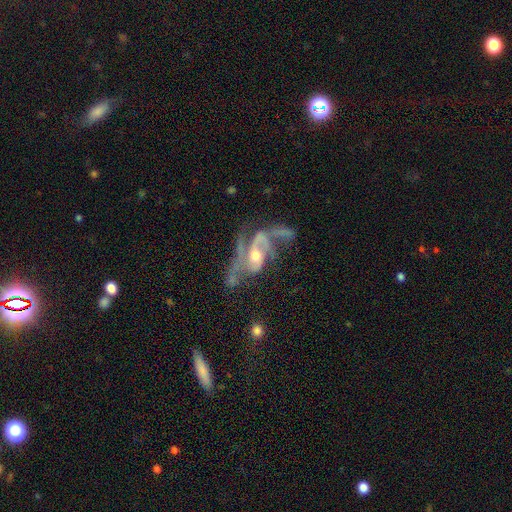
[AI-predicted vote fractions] smooth-or-featured: featured or disk: 84% | smooth: 8% | star or artifact: 8%
  disk-edge-on: no: 93% | yes: 7%
    bar: no: 51% | weak: 32% | strong: 17%
    has-spiral-arms: yes: 86% | no: 14%
      spiral-winding: loose: 42% | medium: 39% | tight: 18%
      spiral-arm-count: 2: 59% | can't tell: 15% | 3: 11% | 1: 8% | 4: 3% | more than 4: 3%
    bulge-size: moderate: 63% | small: 27% | large: 6% | none: 2% | dominant: 1%
  merging: major disturbance: 39% | none: 29% | minor disturbance: 16% | merger: 16%